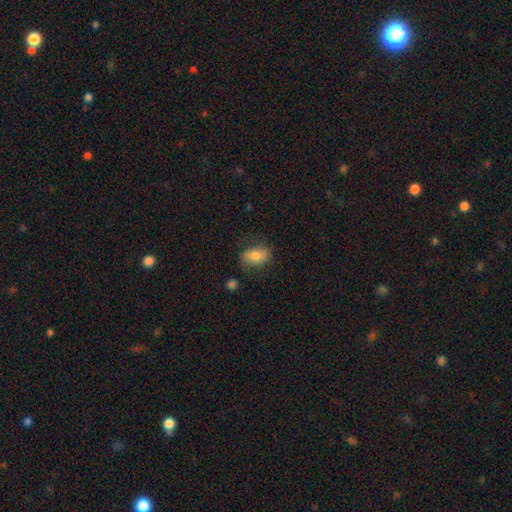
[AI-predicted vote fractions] Smooth or featured? smooth (72%)
How rounded? in between (86%)
Merging? none (71%)